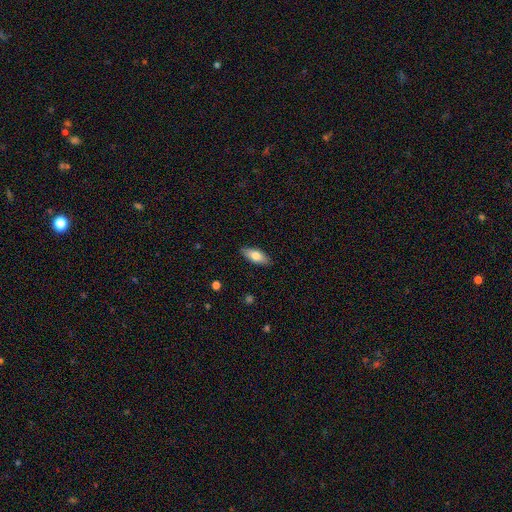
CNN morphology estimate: Smooth or featured? Predicted: smooth (p=0.76). How rounded? Predicted: in between (p=0.82). Merging? Predicted: none (p=0.87).